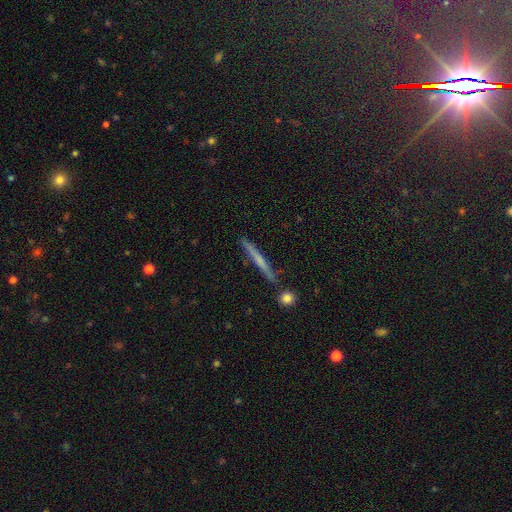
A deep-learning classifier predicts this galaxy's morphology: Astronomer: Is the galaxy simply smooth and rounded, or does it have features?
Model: featured or disk — 50% (runner-up: smooth, 43%).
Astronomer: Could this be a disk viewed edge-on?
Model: yes — 97%.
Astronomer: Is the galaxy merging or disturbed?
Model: none — 85%.